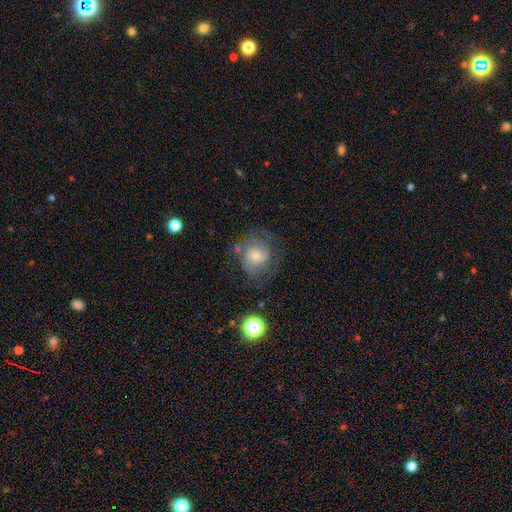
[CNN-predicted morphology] This is possibly a featured or disk galaxy (58%). It is clearly not viewed edge-on (97%). Bar: likely no (72%). Spiral arm pattern: likely yes (76%). Central bulge: possibly small (52%). Merging: possibly none (58%).